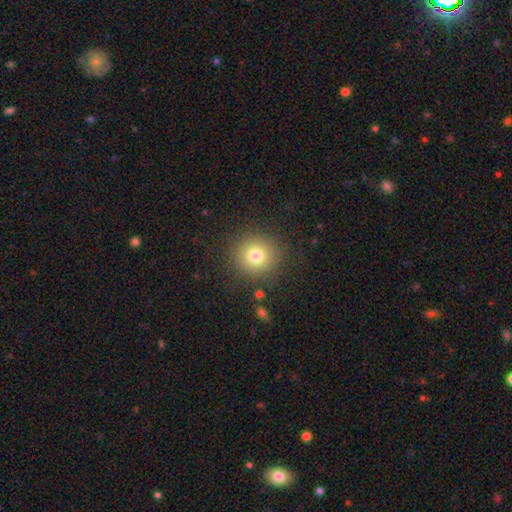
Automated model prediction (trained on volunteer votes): Smooth or featured? smooth (78%)
How rounded? round (92%)
Merging? none (87%)